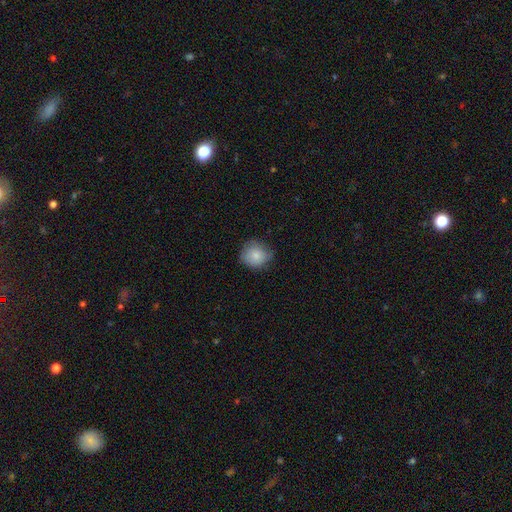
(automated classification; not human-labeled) A smooth galaxy with no disk features (82%) that is round (85%). Merging: none (70%).